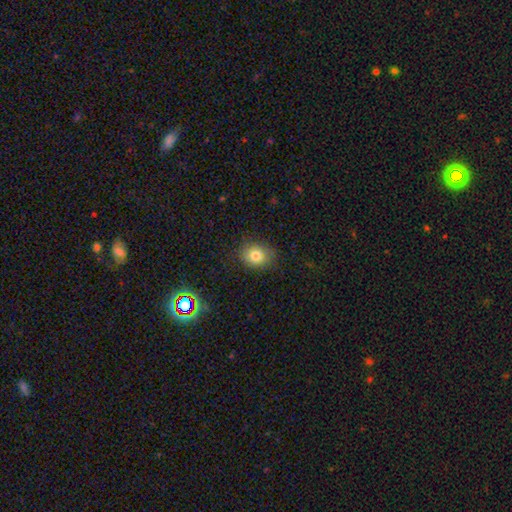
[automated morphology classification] This appears to be a smooth galaxy with no disk features (80%) that is round (56%). Merging: none (83%).